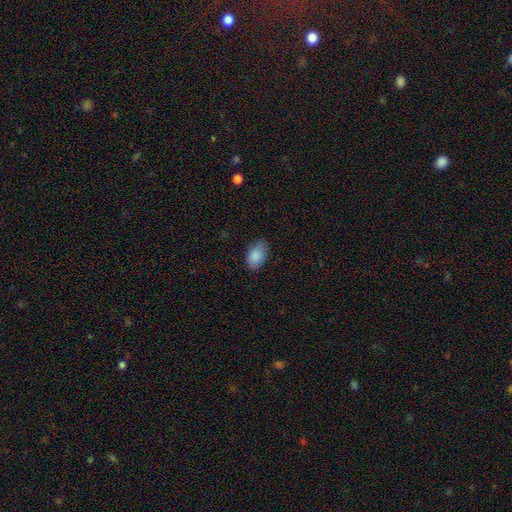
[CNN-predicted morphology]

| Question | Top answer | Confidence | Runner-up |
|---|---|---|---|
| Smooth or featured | smooth | 87% | star or artifact (7%) |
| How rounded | in between | 90% | round (8%) |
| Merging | none | 75% | minor disturbance (20%) |